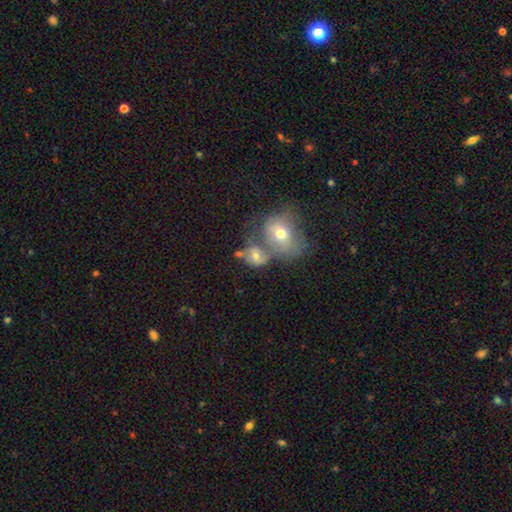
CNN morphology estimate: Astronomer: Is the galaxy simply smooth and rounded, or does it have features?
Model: smooth — 52% (runner-up: featured or disk, 35%).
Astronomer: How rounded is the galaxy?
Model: round — 51% (runner-up: in between, 47%).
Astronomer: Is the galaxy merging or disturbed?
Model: merger — 56%.